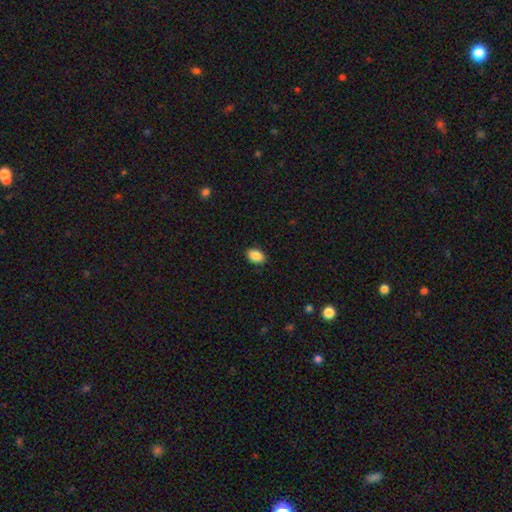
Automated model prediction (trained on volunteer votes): Morphology: type=smooth (88%); roundness=in between (82%); merging=none (89%).